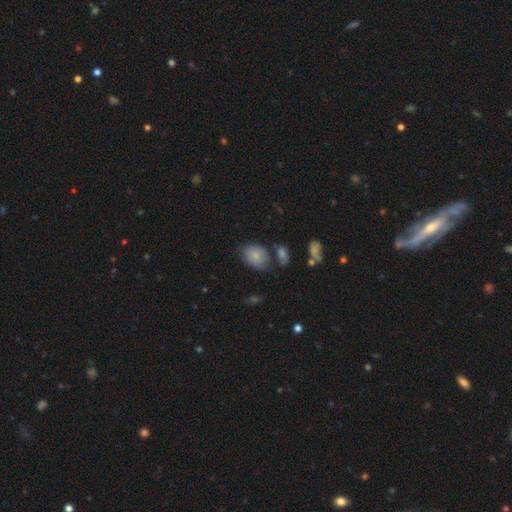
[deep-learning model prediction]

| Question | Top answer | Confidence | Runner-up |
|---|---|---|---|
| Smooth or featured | smooth | 75% | featured or disk (17%) |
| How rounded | in between | 67% | round (31%) |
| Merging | none | 55% | minor disturbance (27%) |